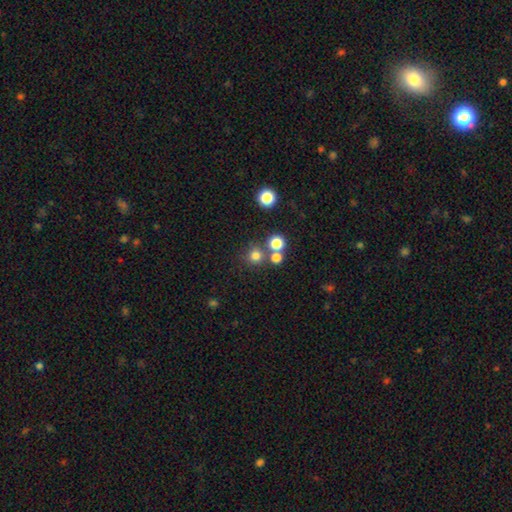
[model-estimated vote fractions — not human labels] smooth-or-featured: smooth: 74% | star or artifact: 18% | featured or disk: 8%
  how-rounded: round: 92% | in between: 7% | cigar-shaped: 1%
  merging: none: 70% | merger: 19% | minor disturbance: 7% | major disturbance: 3%